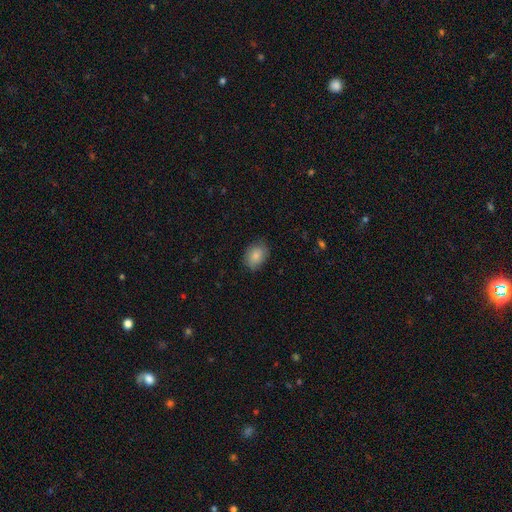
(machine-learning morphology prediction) Smooth or featured? smooth (85%)
How rounded? in between (71%)
Merging? none (78%)